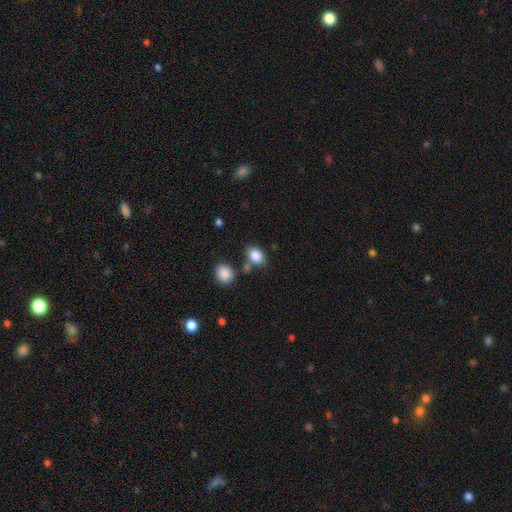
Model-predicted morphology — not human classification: Smooth or featured: smooth — 85% (star or artifact — 9%)
How rounded: in between — 73% (round — 25%)
Merging: none — 67% (merger — 16%)